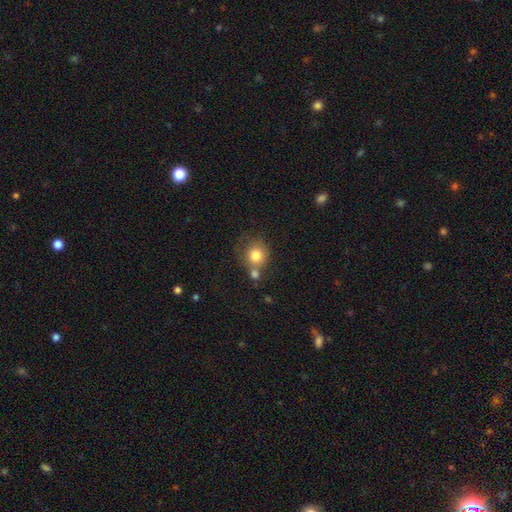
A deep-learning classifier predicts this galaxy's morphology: The model was most divided on "merging": none: 47%, merger: 33%, minor disturbance: 14%, major disturbance: 6%. More confident: how rounded — round (86%); smooth or featured — smooth (80%).